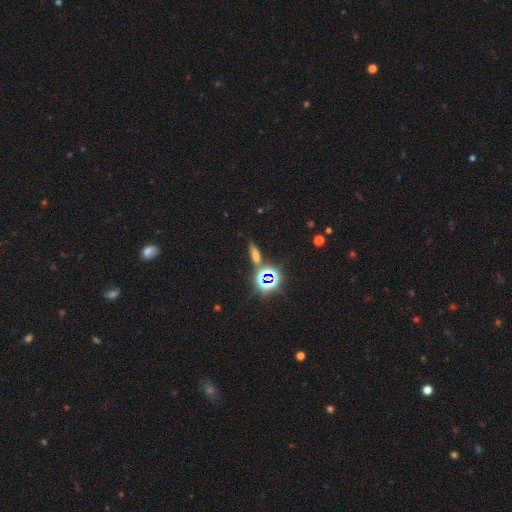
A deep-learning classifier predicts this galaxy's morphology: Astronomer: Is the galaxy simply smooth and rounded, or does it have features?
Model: smooth — 47% (runner-up: star or artifact, 37%).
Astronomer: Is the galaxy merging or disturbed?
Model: none — 74%.